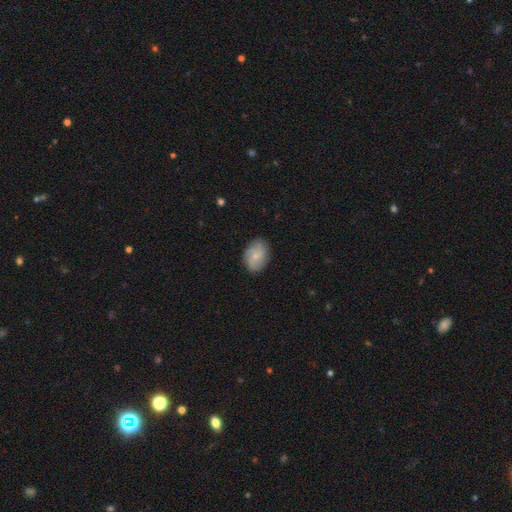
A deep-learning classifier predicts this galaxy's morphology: This is possibly a smooth galaxy (57%). How rounded: likely in between (76%). Merging: clearly none (82%).